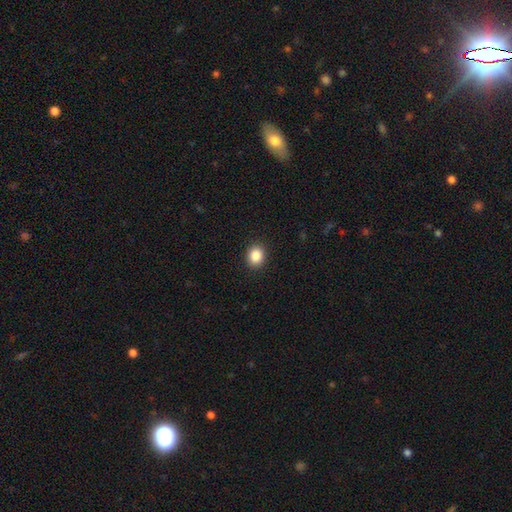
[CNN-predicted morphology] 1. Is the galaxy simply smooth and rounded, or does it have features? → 87% smooth, 9% star or artifact, 4% featured or disk.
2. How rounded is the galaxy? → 67% round, 32% in between, 1% cigar-shaped.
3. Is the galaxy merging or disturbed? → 91% none, 6% minor disturbance, 2% major disturbance, 1% merger.